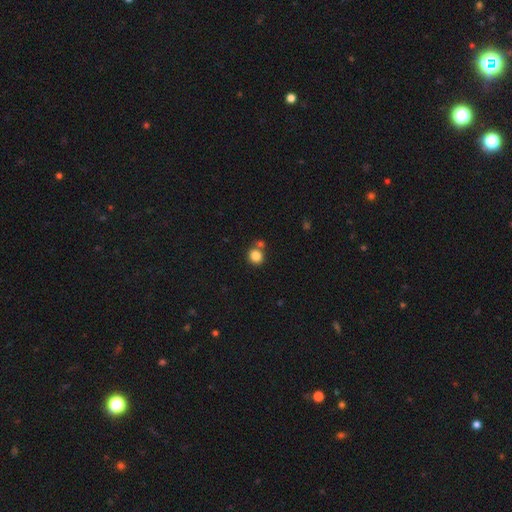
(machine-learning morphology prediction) A smooth galaxy with no disk features (84%) that is round (84%). Merging: none (66%).